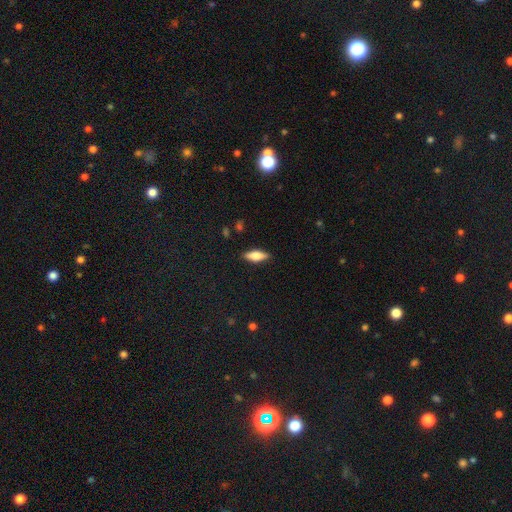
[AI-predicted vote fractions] This appears to be a smooth galaxy with no disk features (70%) that is in between round and cigar-shaped (65%). Merging: none (87%).